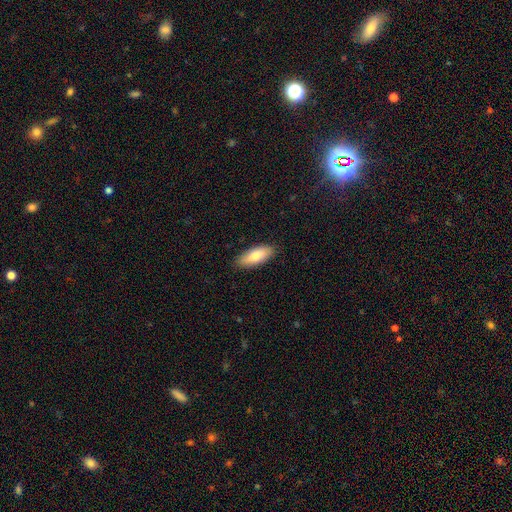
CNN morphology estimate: Smooth or featured?
  - smooth: 78% *
  - featured or disk: 16%
  - star or artifact: 6%
How rounded?
  - in between: 73% *
  - cigar-shaped: 24%
  - round: 2%
Merging?
  - none: 88% *
  - minor disturbance: 9%
  - major disturbance: 2%
  - merger: 1%